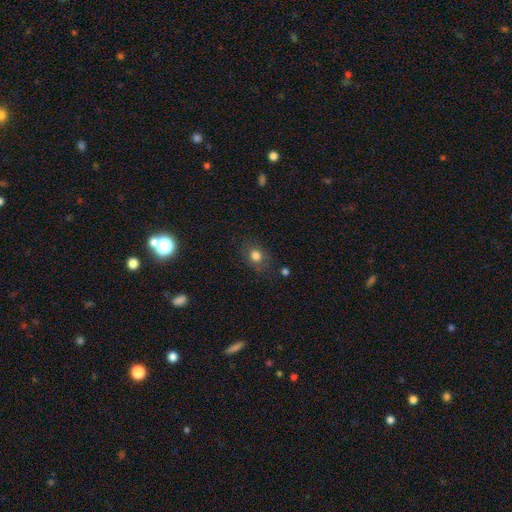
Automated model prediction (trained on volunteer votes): A smooth galaxy with no disk features (78%) that is in between round and cigar-shaped (53%). Merging: none (76%).